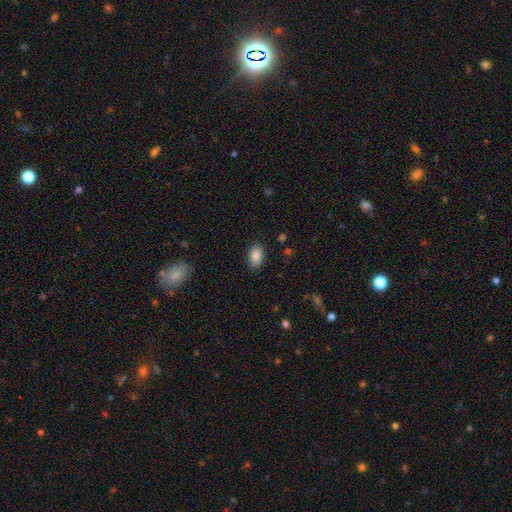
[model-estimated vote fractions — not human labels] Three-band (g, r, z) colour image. It shows a smooth galaxy with no disk features (86%) that is in between round and cigar-shaped (87%). Merging: none (87%).